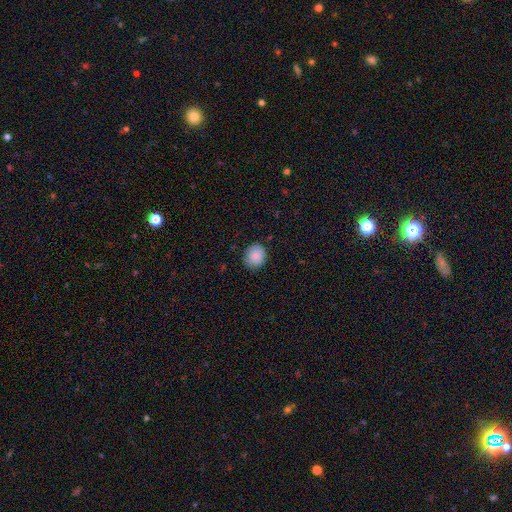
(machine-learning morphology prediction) This is clearly a smooth galaxy (87%). How rounded: likely round (68%). Merging: clearly none (85%).